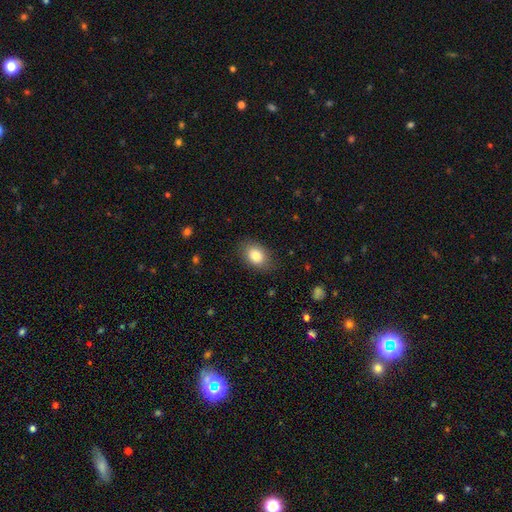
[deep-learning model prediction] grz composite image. It shows a smooth galaxy with no disk features (83%) that is in between round and cigar-shaped (80%). Merging: none (83%).